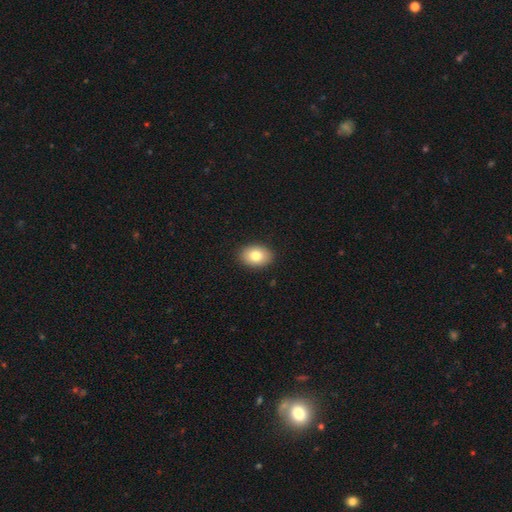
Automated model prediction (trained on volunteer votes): Morphology: type=smooth (81%); roundness=in between (78%); merging=none (90%).